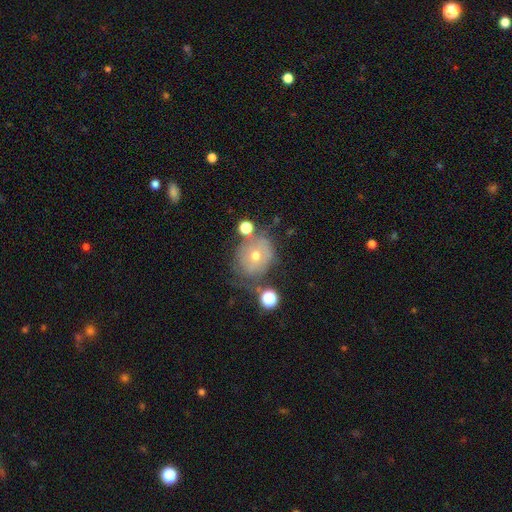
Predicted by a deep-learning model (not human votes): The model was most divided on "smooth or featured": featured or disk: 45%, smooth: 42%, star or artifact: 13%. More confident: merging — none (53%).